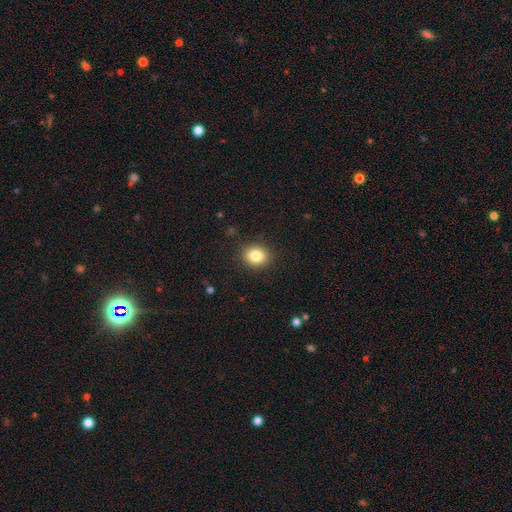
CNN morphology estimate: smooth 83%, star or artifact 10%, featured or disk 7%. Down the decision tree: how rounded — round (62%); merging — none (89%).